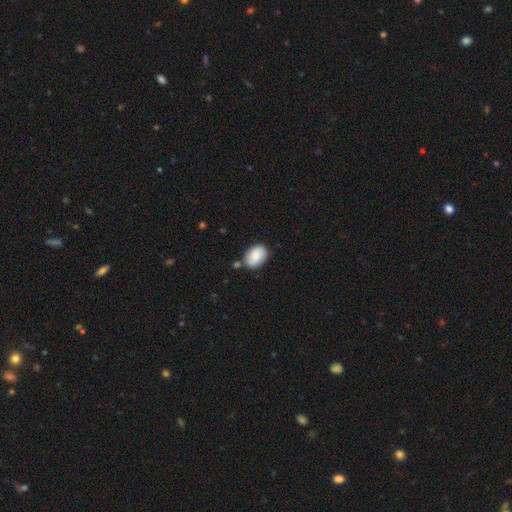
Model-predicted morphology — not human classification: smooth-or-featured: smooth: 77% | featured or disk: 16% | star or artifact: 8%
  how-rounded: in between: 79% | round: 20% | cigar-shaped: 1%
  merging: none: 70% | minor disturbance: 18% | merger: 7% | major disturbance: 4%